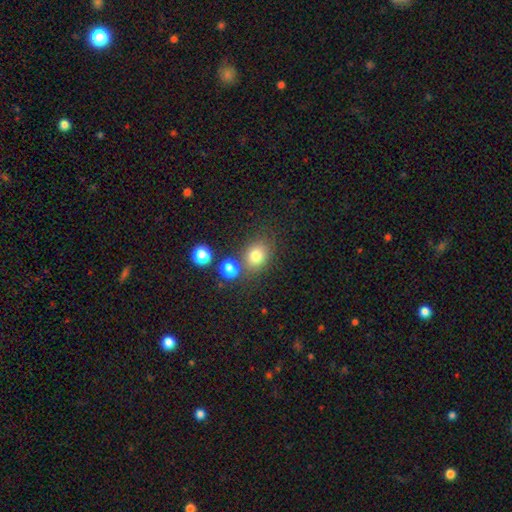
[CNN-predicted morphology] The model was most divided on "how rounded": round: 58%, in between: 41%, cigar-shaped: 1%. More confident: smooth or featured — smooth (78%); merging — none (67%).